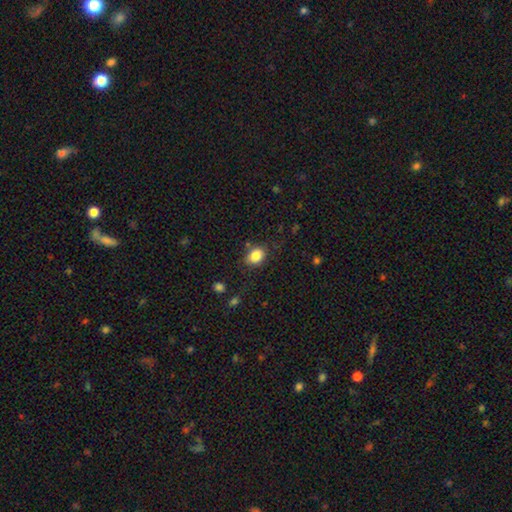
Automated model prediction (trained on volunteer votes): Smooth or featured? Predicted: smooth (p=0.85). How rounded? Predicted: in between (p=0.67). Merging? Predicted: none (p=0.79).